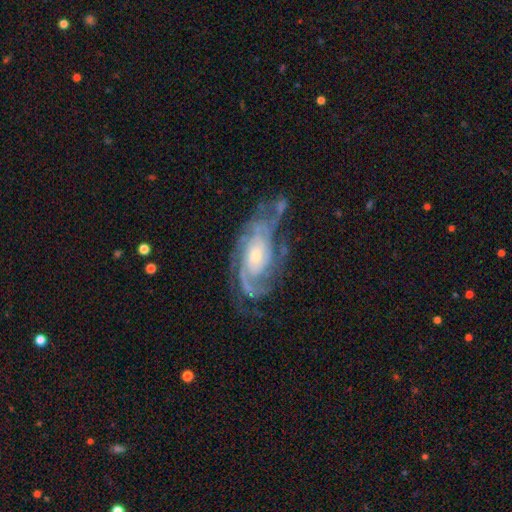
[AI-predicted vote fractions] featured or disk 89%, smooth 6%, star or artifact 6%. Down the decision tree: edge-on disk — no (95%); bar — no (69%); spiral arms — yes (97%); spiral arm count — 2 (30%); spiral winding — tight (60%); bulge size — small (54%); merging — none (62%).